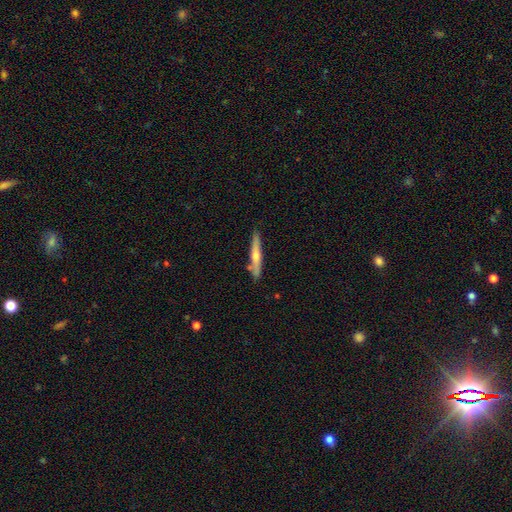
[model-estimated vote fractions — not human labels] Smooth or featured?
  - featured or disk: 60% *
  - smooth: 34%
  - star or artifact: 6%
Edge-on disk?
  - yes: 94% *
  - no: 6%
Edge-on bulge?
  - rounded: 83% *
  - none: 14%
  - boxy: 3%
Merging?
  - none: 85% *
  - minor disturbance: 11%
  - merger: 2%
  - major disturbance: 2%